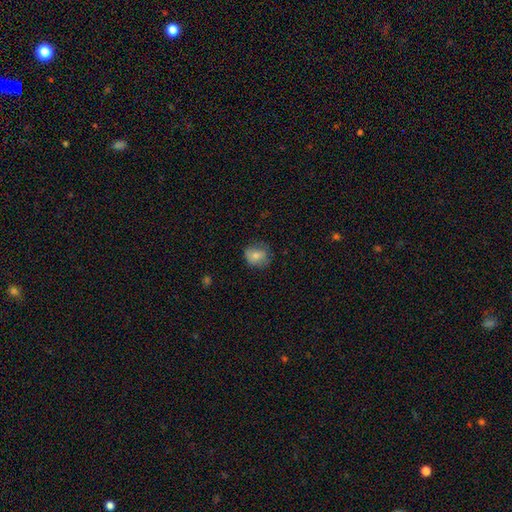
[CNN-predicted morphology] A smooth galaxy with no disk features (78%) that is round (66%). Merging: none (70%).